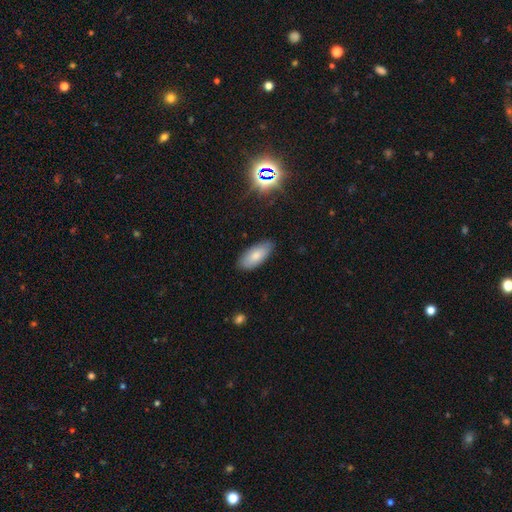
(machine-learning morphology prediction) Smooth or featured: smooth — 81% (featured or disk — 12%)
How rounded: in between — 88% (cigar-shaped — 10%)
Merging: none — 84% (minor disturbance — 12%)